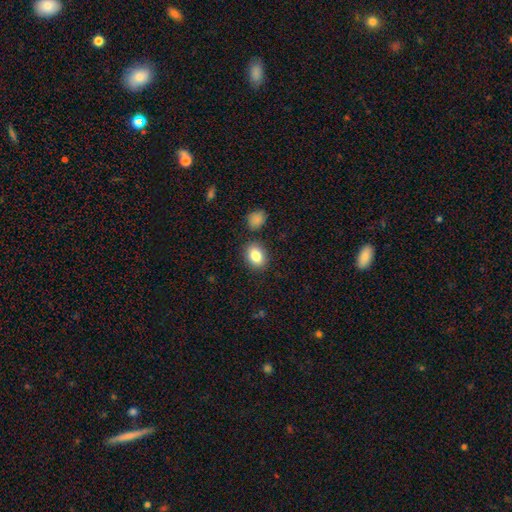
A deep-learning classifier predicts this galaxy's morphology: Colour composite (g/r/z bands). It shows a smooth galaxy with no disk features (84%) that is in between round and cigar-shaped (70%). Merging: none (82%).